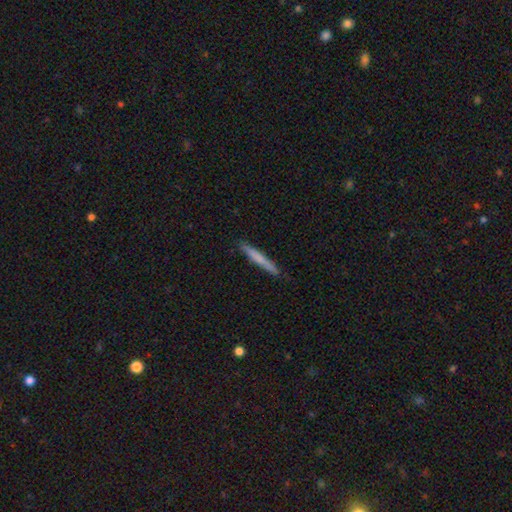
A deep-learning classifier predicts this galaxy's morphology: type=smooth (59%); roundness=cigar-shaped (96%); merging=none (90%).